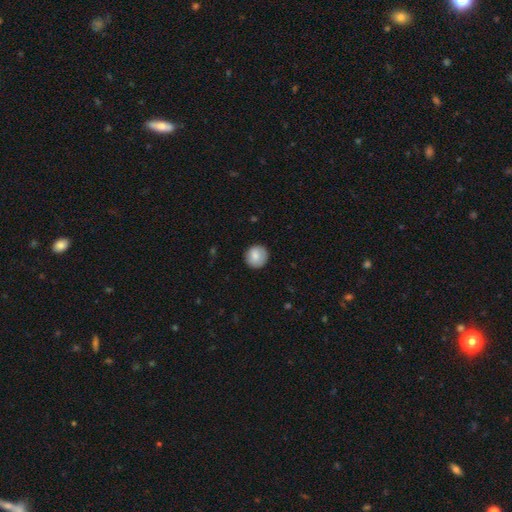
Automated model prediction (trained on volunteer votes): This appears to be a smooth galaxy with no disk features (85%) that is round (93%). Merging: none (88%).